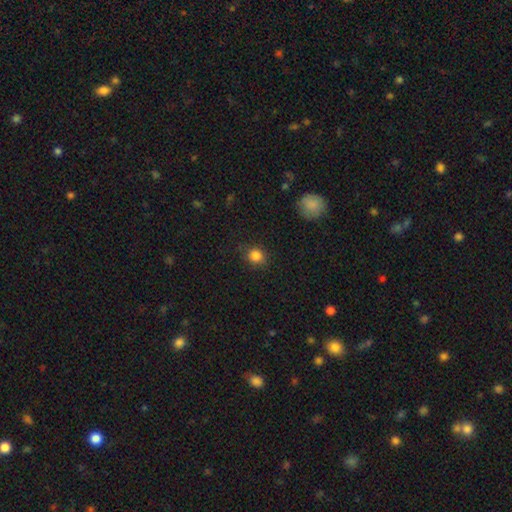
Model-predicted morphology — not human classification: Smooth or featured: smooth — 84% (star or artifact — 12%)
How rounded: round — 81% (in between — 18%)
Merging: none — 84% (minor disturbance — 12%)